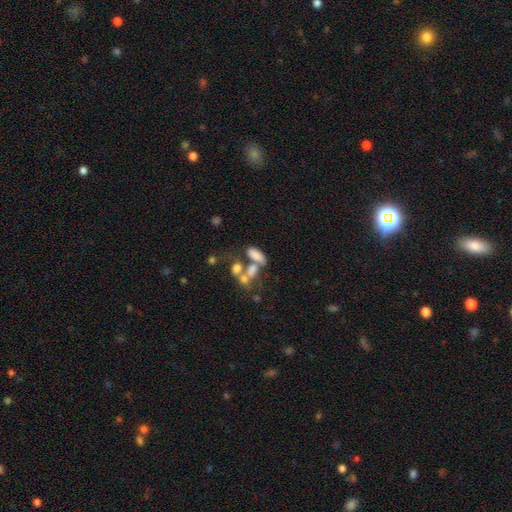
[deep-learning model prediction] This is likely a smooth galaxy (66%). How rounded: clearly in between (84%). Merging: possibly merger (48%).